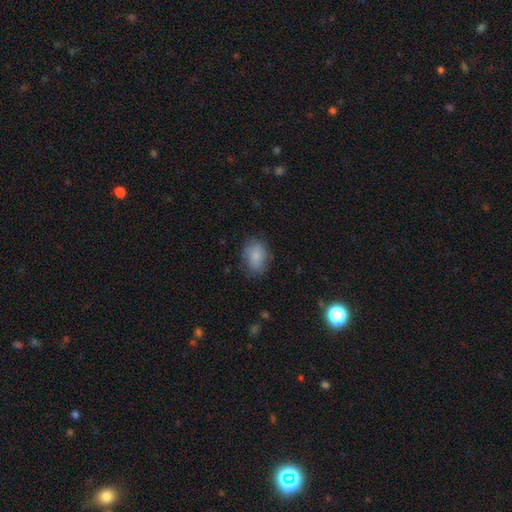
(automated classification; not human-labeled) A smooth galaxy with no disk features (85%) that is in between round and cigar-shaped (73%).

Vote fractions:
- Smooth or featured? smooth: 85% / featured or disk: 8% / star or artifact: 7%
- How rounded? in between: 73% / round: 26% / cigar-shaped: 1%
- Merging? none: 74% / minor disturbance: 19% / major disturbance: 6% / merger: 1%